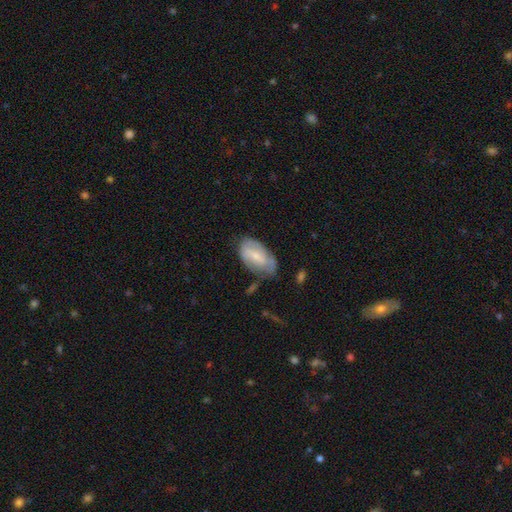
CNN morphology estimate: Smooth or featured?
  - featured or disk: 55% *
  - smooth: 38%
  - star or artifact: 6%
Edge-on disk?
  - no: 94% *
  - yes: 6%
Bar?
  - weak: 47% *
  - no: 31%
  - strong: 22%
Spiral arms?
  - yes: 74% *
  - no: 26%
Bulge size?
  - small: 63% *
  - moderate: 30%
  - none: 5%
  - large: 2%
  - dominant: 1%
Merging?
  - none: 55% *
  - minor disturbance: 30%
  - major disturbance: 11%
  - merger: 3%